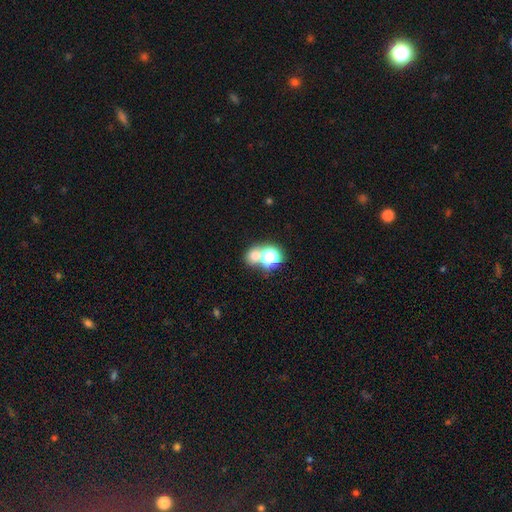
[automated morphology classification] smooth 66%, star or artifact 25%, featured or disk 9%. Down the decision tree: how rounded — round (74%); merging — none (50%).